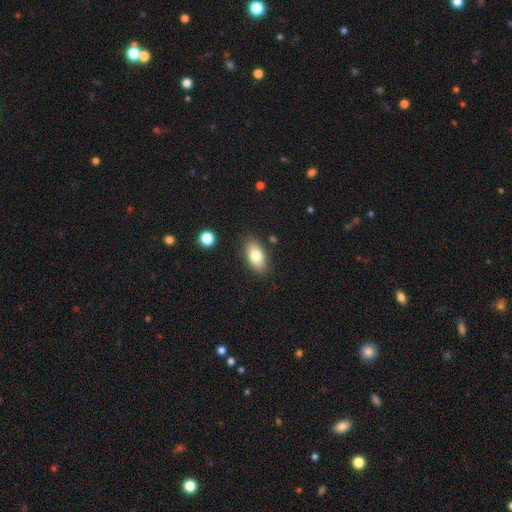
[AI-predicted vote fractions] Overall: smooth (78%). How rounded: in between (91%). Merging: none (84%).